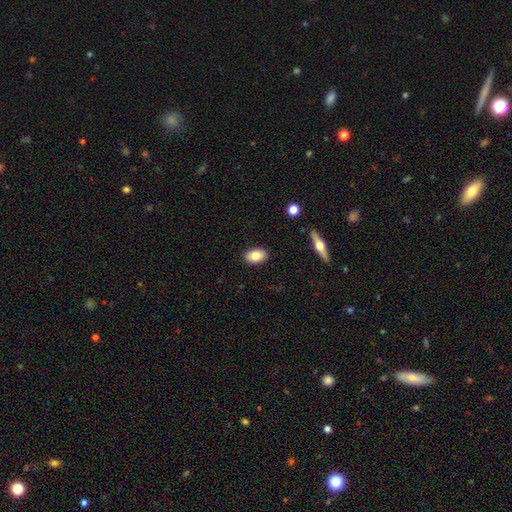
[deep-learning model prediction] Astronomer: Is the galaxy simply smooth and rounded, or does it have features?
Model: smooth — 81%.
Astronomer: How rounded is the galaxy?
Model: in between — 91%.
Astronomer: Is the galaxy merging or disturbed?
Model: none — 89%.